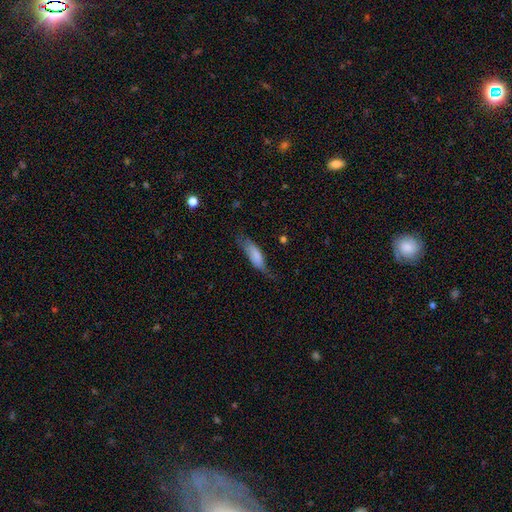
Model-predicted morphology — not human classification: Smooth or featured?
  - smooth: 74% *
  - featured or disk: 20%
  - star or artifact: 7%
How rounded?
  - in between: 60% *
  - cigar-shaped: 38%
  - round: 2%
Merging?
  - none: 48% *
  - minor disturbance: 33%
  - major disturbance: 16%
  - merger: 2%